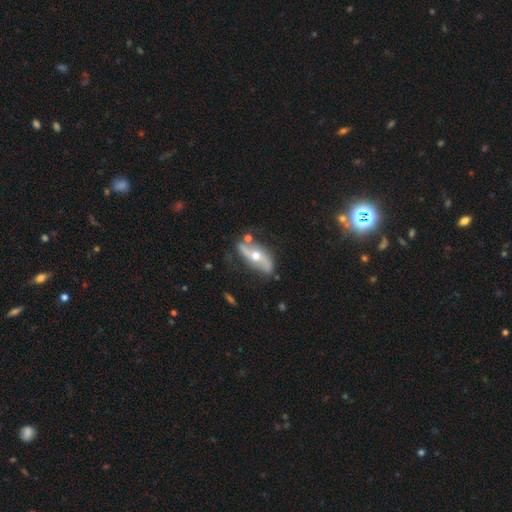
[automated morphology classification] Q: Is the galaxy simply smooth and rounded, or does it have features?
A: featured or disk — 78%.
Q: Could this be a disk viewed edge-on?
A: no — 80%.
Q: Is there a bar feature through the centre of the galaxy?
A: no — 54%.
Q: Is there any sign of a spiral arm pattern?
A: yes — 83%.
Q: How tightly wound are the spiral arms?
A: loose — 79%.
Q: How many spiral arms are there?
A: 2 — 91%.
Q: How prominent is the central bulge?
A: moderate — 73%.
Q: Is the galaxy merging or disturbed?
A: none — 69%.